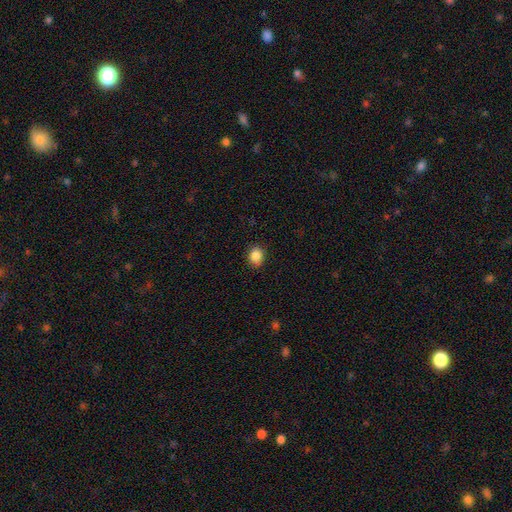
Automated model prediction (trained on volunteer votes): Q: Smooth or featured?
A: smooth (87%); runner-up: star or artifact (9%)
Q: How rounded?
A: round (65%); runner-up: in between (34%)
Q: Merging?
A: none (86%); runner-up: minor disturbance (11%)